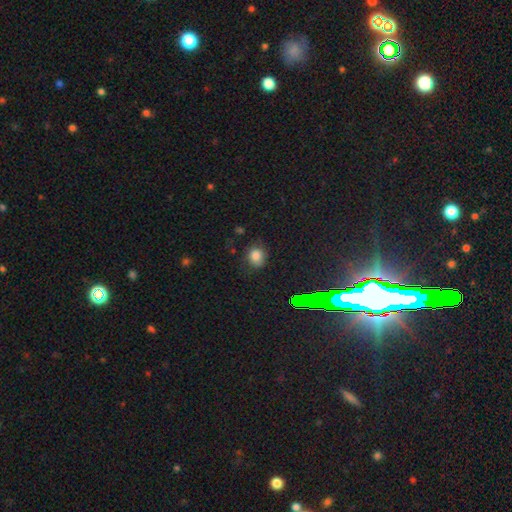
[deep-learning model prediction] A smooth galaxy with no disk features (79%) that is round (61%).

Vote fractions:
- Smooth or featured? smooth: 79% / star or artifact: 15% / featured or disk: 7%
- How rounded? round: 61% / in between: 38% / cigar-shaped: 1%
- Merging? none: 71% / minor disturbance: 21% / major disturbance: 6% / merger: 2%